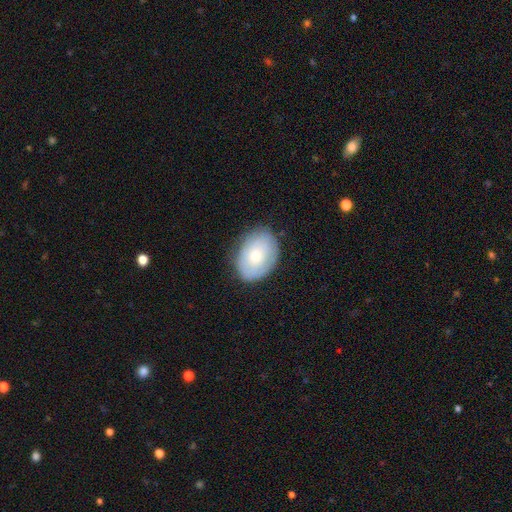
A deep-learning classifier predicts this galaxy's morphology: type=smooth (62%); roundness=in between (73%); merging=none (79%).